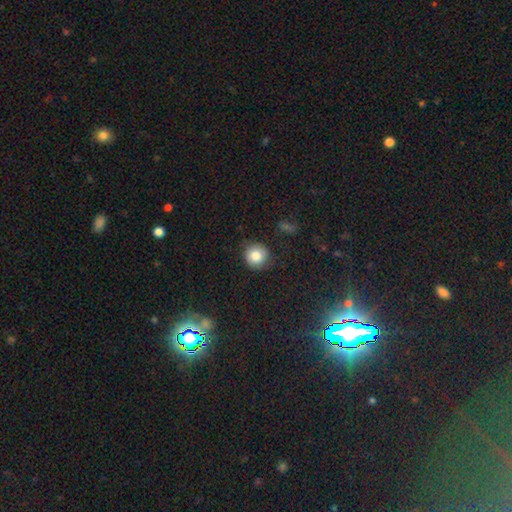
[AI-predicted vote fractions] smooth_or_featured: smooth (p=0.82) [alt: star or artifact p=0.10]
how_rounded: round (p=0.90) [alt: in between p=0.09]
merging: none (p=0.81) [alt: minor disturbance p=0.14]